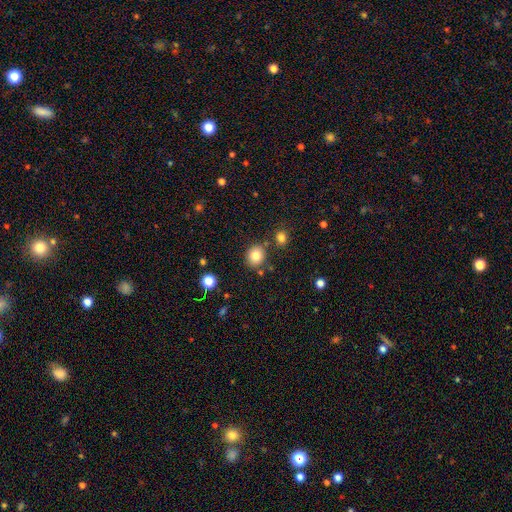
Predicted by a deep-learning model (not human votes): Smooth or featured?
  - smooth: 82% *
  - star or artifact: 11%
  - featured or disk: 7%
How rounded?
  - round: 77% *
  - in between: 22%
  - cigar-shaped: 1%
Merging?
  - none: 81% *
  - minor disturbance: 9%
  - merger: 7%
  - major disturbance: 3%